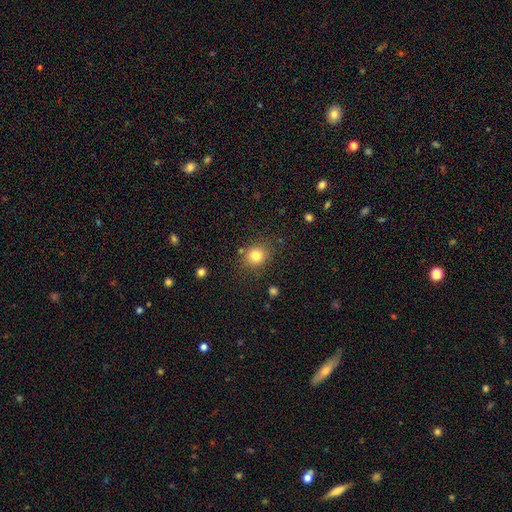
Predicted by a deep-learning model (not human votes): Smooth or featured? Predicted: smooth (p=0.81). How rounded? Predicted: round (p=0.77). Merging? Predicted: none (p=0.81).